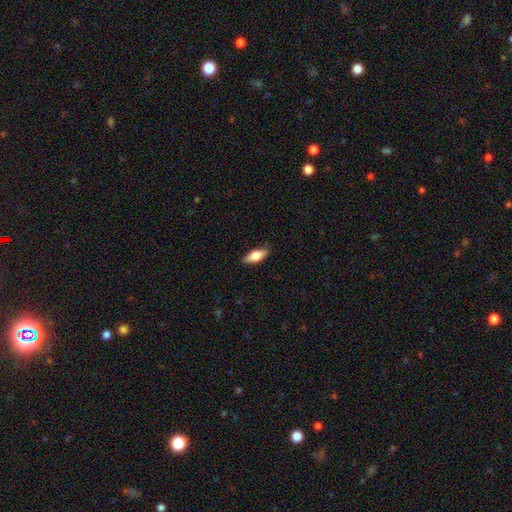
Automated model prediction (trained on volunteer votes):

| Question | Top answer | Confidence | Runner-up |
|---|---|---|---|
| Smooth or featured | smooth | 69% | featured or disk (25%) |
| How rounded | in between | 72% | cigar-shaped (25%) |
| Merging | none | 87% | minor disturbance (10%) |